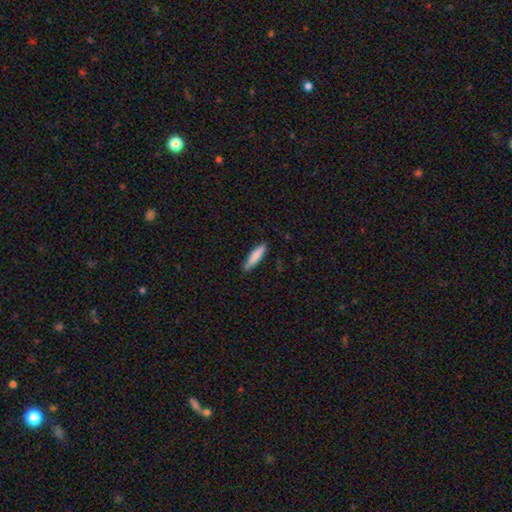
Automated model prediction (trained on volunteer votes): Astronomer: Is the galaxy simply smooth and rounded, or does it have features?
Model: smooth — 82%.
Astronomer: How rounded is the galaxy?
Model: cigar-shaped — 79%.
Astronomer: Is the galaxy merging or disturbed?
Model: none — 86%.